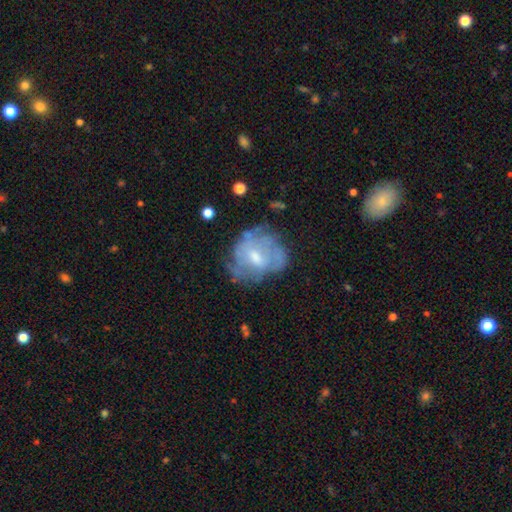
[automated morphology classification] This is likely a featured or disk galaxy (63%). It is clearly not viewed edge-on (97%). Bar: possibly weak (47%). Spiral arm pattern: possibly yes (54%). Central bulge: possibly moderate (55%). Merging: possibly none (50%).